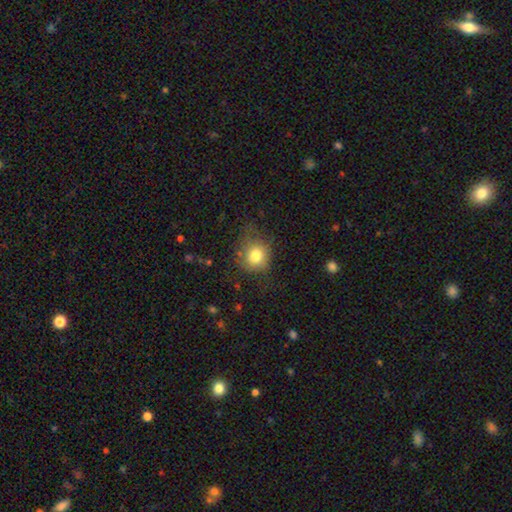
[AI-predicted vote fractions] smooth-or-featured: smooth: 79% | star or artifact: 11% | featured or disk: 10%
  how-rounded: round: 80% | in between: 19% | cigar-shaped: 1%
  merging: none: 61% | minor disturbance: 23% | major disturbance: 14% | merger: 2%